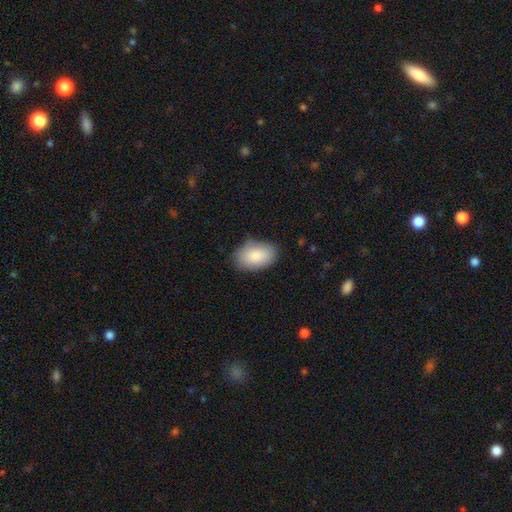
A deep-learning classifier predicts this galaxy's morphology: A smooth galaxy with no disk features (86%) that is in between round and cigar-shaped (92%). Merging: none (79%).